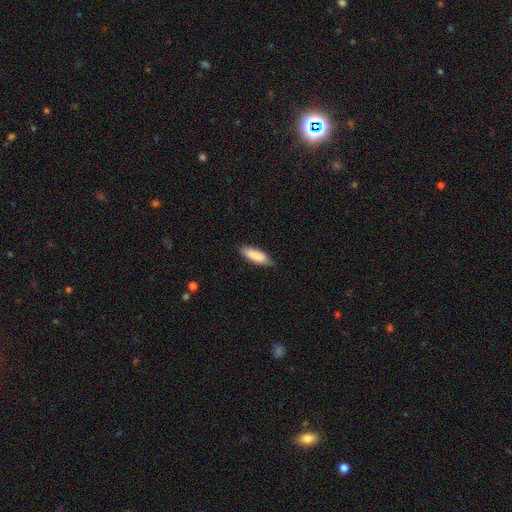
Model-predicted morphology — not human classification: A smooth galaxy with no disk features (87%) that is in between round and cigar-shaped (54%).

Vote fractions:
- Smooth or featured? smooth: 87% / featured or disk: 8% / star or artifact: 5%
- How rounded? in between: 54% / cigar-shaped: 44% / round: 1%
- Merging? none: 80% / minor disturbance: 17% / major disturbance: 2% / merger: 1%